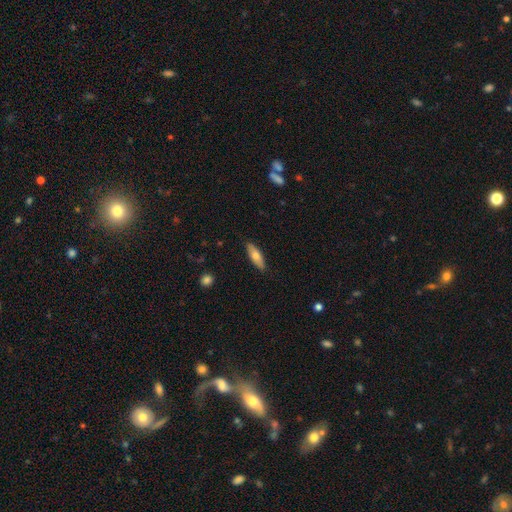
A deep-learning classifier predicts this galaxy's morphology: A smooth galaxy with no disk features (65%) that is in between round and cigar-shaped (51%). Merging: none (87%).